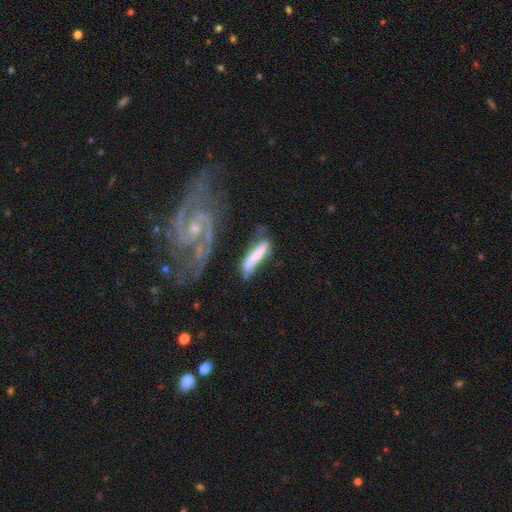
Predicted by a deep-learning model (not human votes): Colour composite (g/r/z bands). It shows a smooth galaxy with no disk features (55%) that is cigar-shaped (81%). Merging: none (44%).